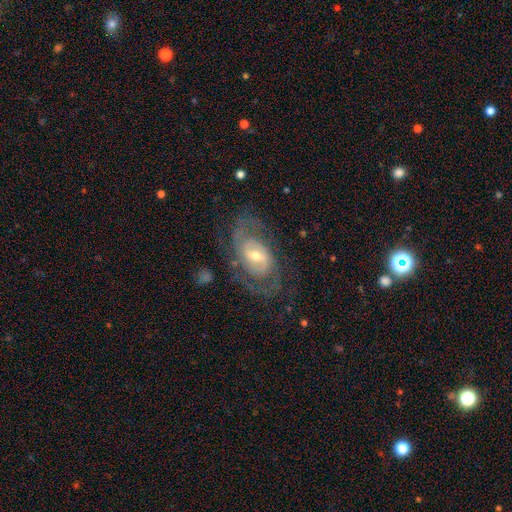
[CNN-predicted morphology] A featured or disk galaxy (84%) with a weak bar (45%), 2 (59%) tight (46%) spiral arms (92%) and a moderate central bulge (53%).

Vote fractions:
- Smooth or featured? featured or disk: 84% / smooth: 10% / star or artifact: 7%
- Edge-on disk? no: 96% / yes: 4%
- Bar? weak: 45% / no: 41% / strong: 14%
- Spiral arms? yes: 92% / no: 8%
- Spiral winding? tight: 46% / medium: 41% / loose: 14%
- Spiral arm count? 2: 59% / can't tell: 22% / 3: 9% / 1: 4% / 4: 3% / more than 4: 3%
- Bulge size? moderate: 53% / small: 40% / large: 4% / none: 1% / dominant: 1%
- Merging? none: 67% / minor disturbance: 17% / major disturbance: 14% / merger: 2%